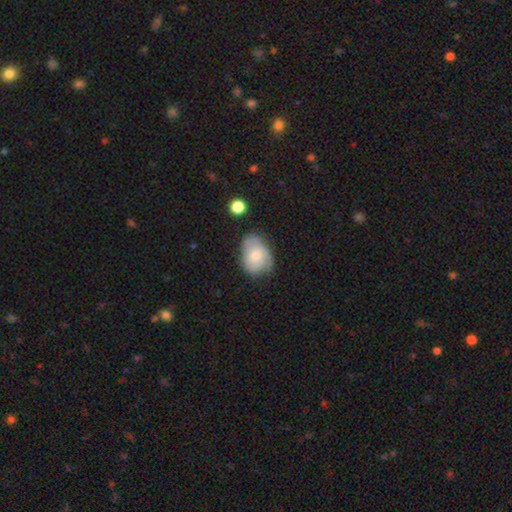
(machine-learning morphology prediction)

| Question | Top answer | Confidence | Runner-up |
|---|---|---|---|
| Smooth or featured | smooth | 47% | featured or disk (46%) |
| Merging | none | 56% | minor disturbance (30%) |